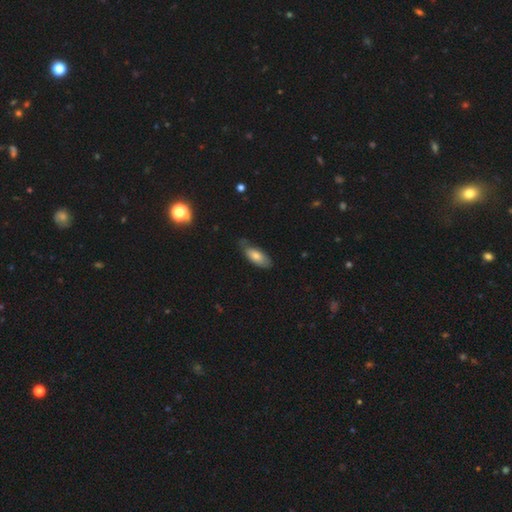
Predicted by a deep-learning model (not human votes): Smooth or featured?
  - smooth: 73% *
  - featured or disk: 20%
  - star or artifact: 7%
How rounded?
  - in between: 82% *
  - cigar-shaped: 15%
  - round: 2%
Merging?
  - none: 57% *
  - minor disturbance: 34%
  - major disturbance: 8%
  - merger: 2%